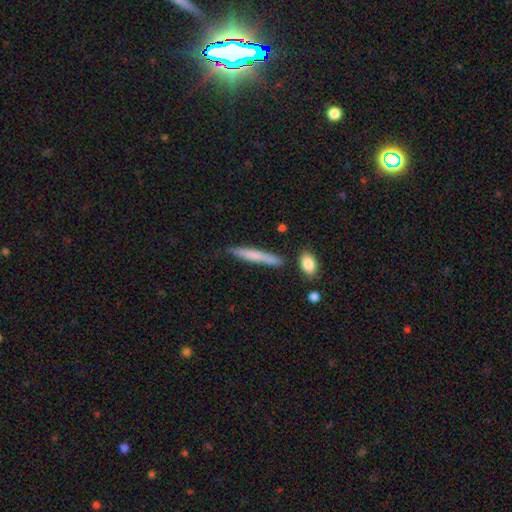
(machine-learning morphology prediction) Smooth or featured: smooth — 68% (featured or disk — 26%)
How rounded: cigar-shaped — 94% (in between — 4%)
Merging: none — 80% (minor disturbance — 14%)